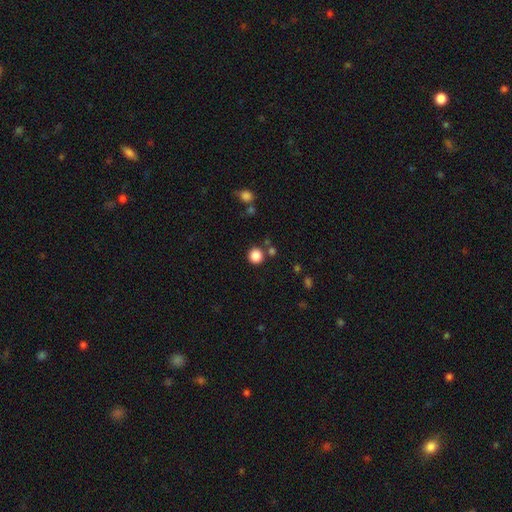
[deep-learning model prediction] Q: Smooth or featured?
A: smooth (86%); runner-up: star or artifact (11%)
Q: How rounded?
A: round (92%); runner-up: in between (7%)
Q: Merging?
A: none (82%); runner-up: merger (7%)